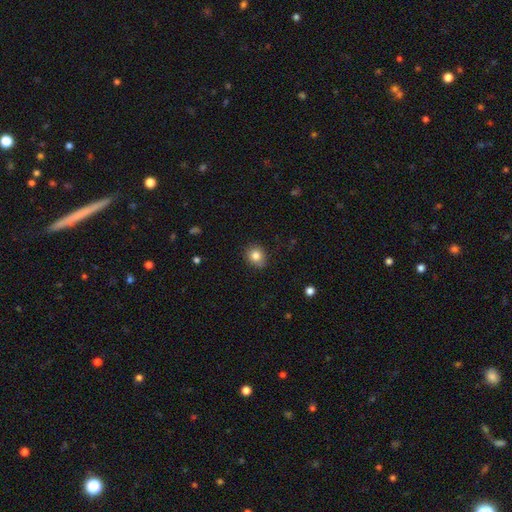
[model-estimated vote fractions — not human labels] smooth_or_featured: smooth (p=0.83) [alt: star or artifact p=0.10]
how_rounded: round (p=0.72) [alt: in between p=0.27]
merging: none (p=0.84) [alt: minor disturbance p=0.13]